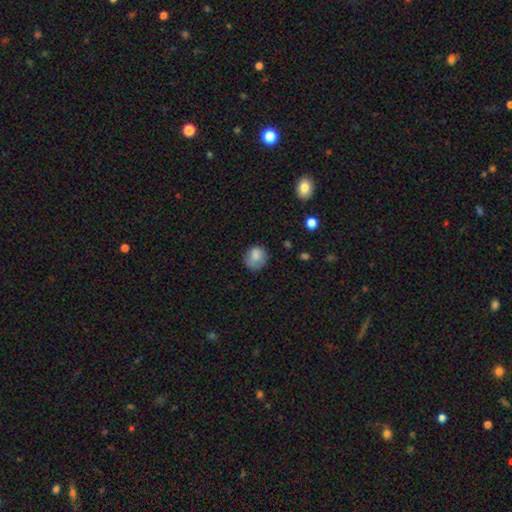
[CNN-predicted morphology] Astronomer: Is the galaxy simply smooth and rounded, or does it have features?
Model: smooth — 83%.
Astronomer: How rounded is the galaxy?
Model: round — 76%.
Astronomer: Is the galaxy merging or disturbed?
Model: none — 70%.